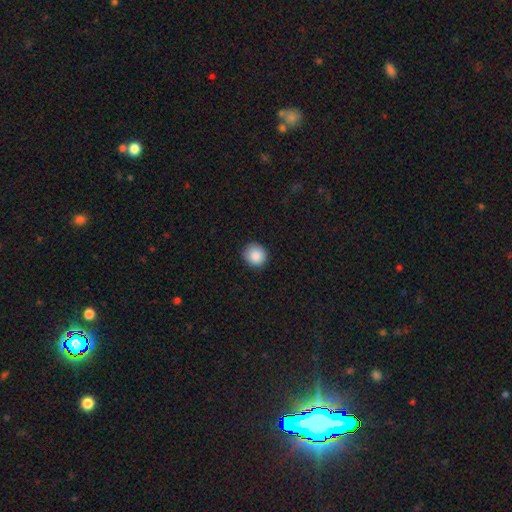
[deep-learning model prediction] This is clearly a smooth galaxy (88%). How rounded: clearly round (88%). Merging: clearly none (88%).